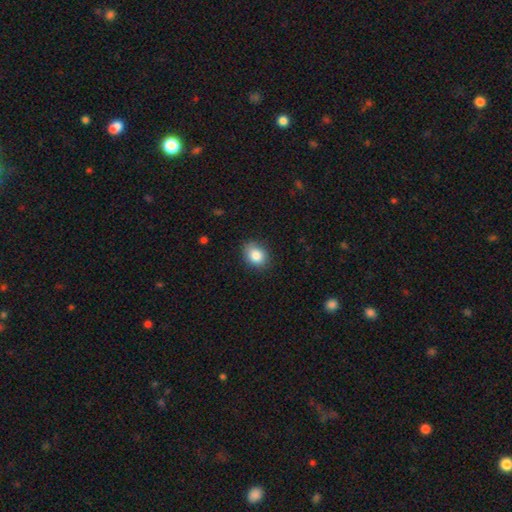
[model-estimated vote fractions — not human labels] smooth_or_featured: smooth (p=0.85) [alt: star or artifact p=0.09]
how_rounded: in between (p=0.63) [alt: round p=0.36]
merging: none (p=0.84) [alt: minor disturbance p=0.13]